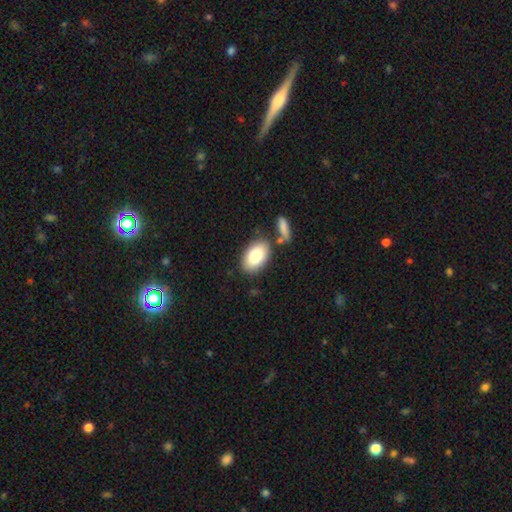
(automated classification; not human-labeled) This appears to be a smooth galaxy with no disk features (79%) that is in between round and cigar-shaped (91%). Merging: none (75%).